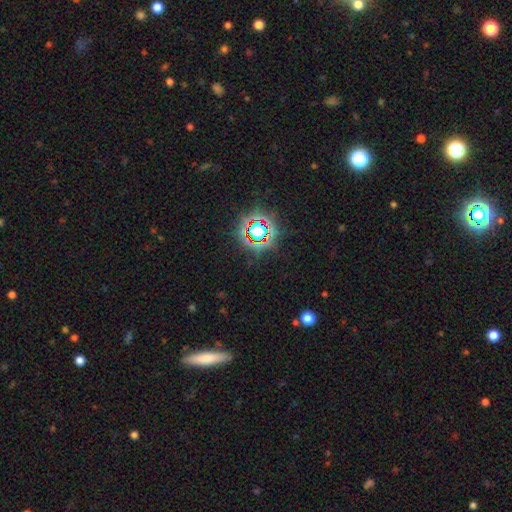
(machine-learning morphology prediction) smooth-or-featured: star or artifact: 73% | smooth: 16% | featured or disk: 11%